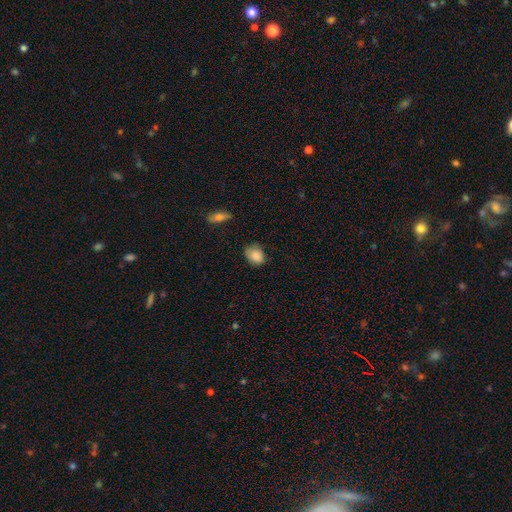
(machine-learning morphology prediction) Smooth or featured?
  - smooth: 86% *
  - star or artifact: 8%
  - featured or disk: 6%
How rounded?
  - in between: 61% *
  - round: 38%
  - cigar-shaped: 1%
Merging?
  - none: 68% *
  - minor disturbance: 26%
  - major disturbance: 4%
  - merger: 2%